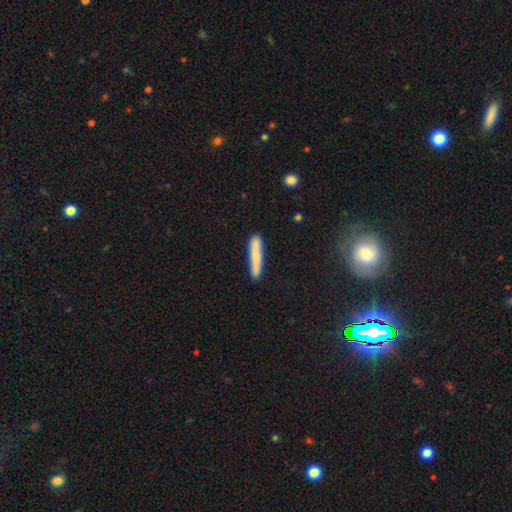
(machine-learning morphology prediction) type=smooth (74%); roundness=cigar-shaped (94%); merging=none (86%).